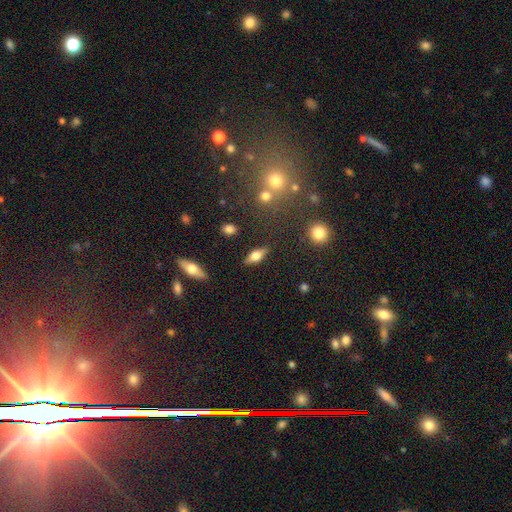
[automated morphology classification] A smooth galaxy with no disk features (51%) that is in between round and cigar-shaped (67%). Merging: none (85%).